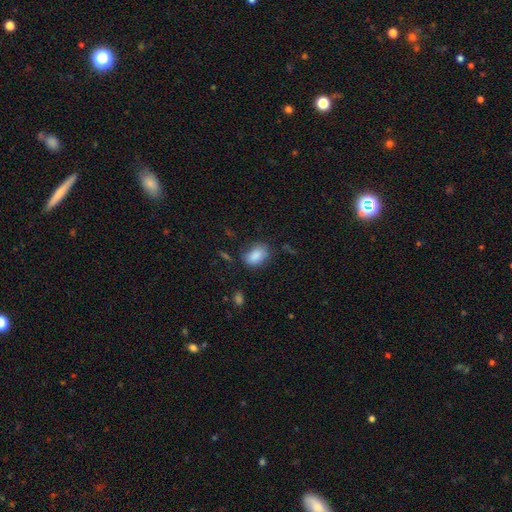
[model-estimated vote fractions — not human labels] Q: Smooth or featured?
A: smooth (87%); runner-up: star or artifact (8%)
Q: How rounded?
A: in between (80%); runner-up: round (19%)
Q: Merging?
A: none (69%); runner-up: minor disturbance (22%)